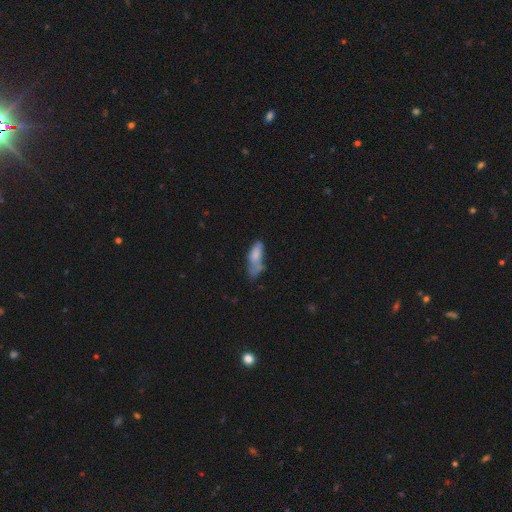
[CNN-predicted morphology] Smooth or featured: smooth — 71% (featured or disk — 20%)
How rounded: in between — 69% (cigar-shaped — 28%)
Merging: none — 30% (minor disturbance — 28%)